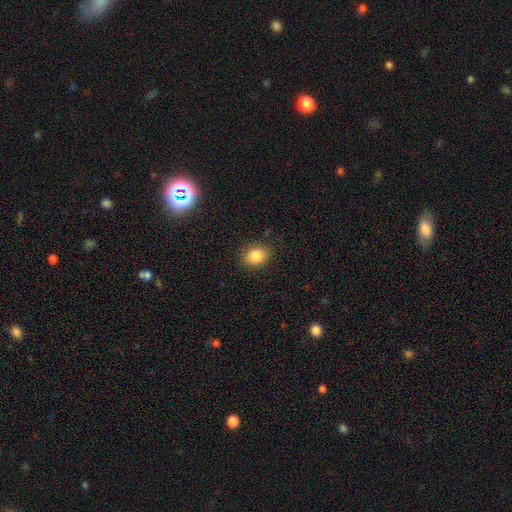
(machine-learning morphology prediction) This appears to be a smooth galaxy with no disk features (84%) that is in between round and cigar-shaped (53%). Merging: none (85%).